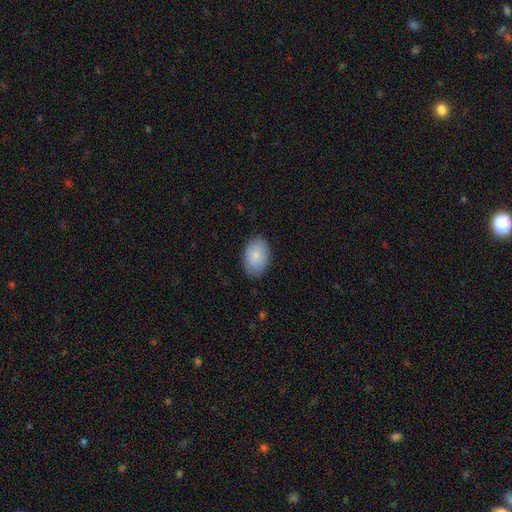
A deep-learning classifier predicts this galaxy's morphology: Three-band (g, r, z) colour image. It shows a smooth galaxy with no disk features (82%) that is in between round and cigar-shaped (86%). Merging: none (83%).